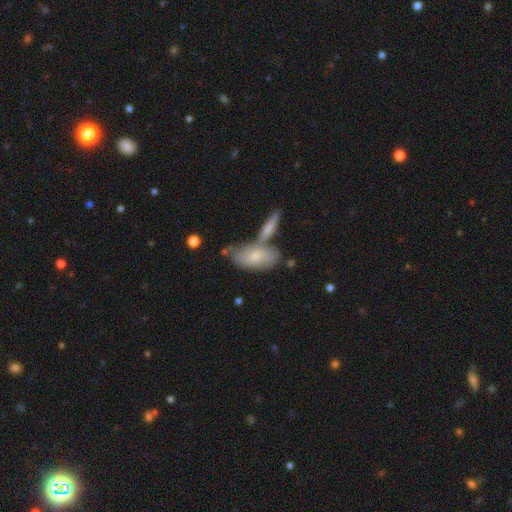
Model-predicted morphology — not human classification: Smooth or featured: smooth — 64% (featured or disk — 29%)
How rounded: in between — 84% (cigar-shaped — 12%)
Merging: none — 43% (merger — 37%)